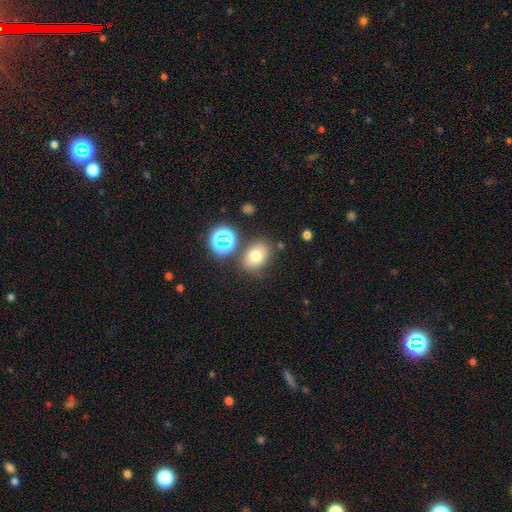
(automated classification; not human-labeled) Smooth or featured?
  - smooth: 71% *
  - star or artifact: 17%
  - featured or disk: 13%
How rounded?
  - in between: 64% *
  - round: 35%
  - cigar-shaped: 1%
Merging?
  - none: 73% *
  - minor disturbance: 14%
  - merger: 8%
  - major disturbance: 5%